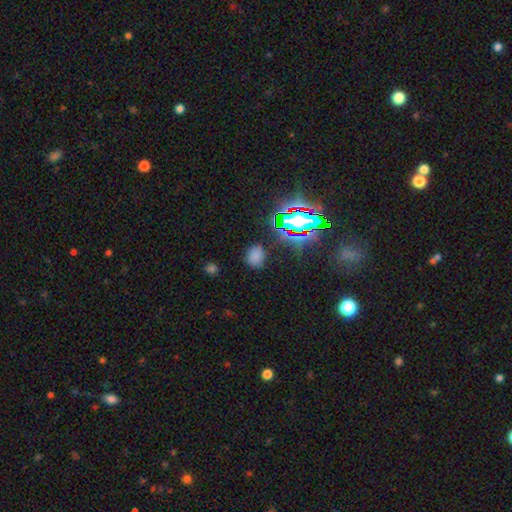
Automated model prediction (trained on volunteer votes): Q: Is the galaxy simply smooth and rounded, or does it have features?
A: smooth — 67%.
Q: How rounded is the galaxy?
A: in between — 52%.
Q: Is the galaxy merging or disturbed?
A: none — 77%.